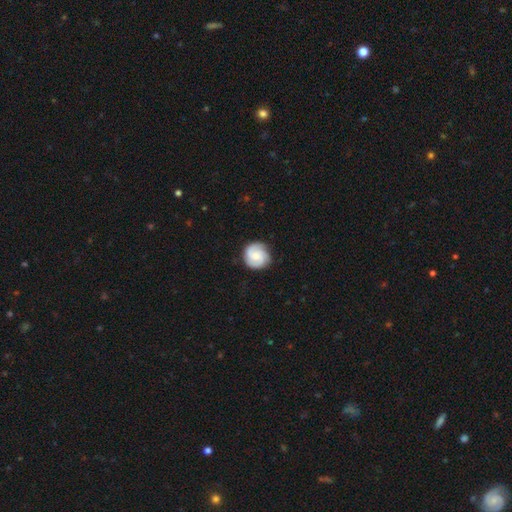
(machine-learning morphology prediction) Q: Smooth or featured?
A: featured or disk (66%); runner-up: smooth (27%)
Q: Edge-on disk?
A: no (98%); runner-up: yes (2%)
Q: Bar?
A: no (64%); runner-up: weak (31%)
Q: Spiral arms?
A: yes (96%); runner-up: no (4%)
Q: Spiral winding?
A: tight (56%); runner-up: medium (36%)
Q: Spiral arm count?
A: 3 (42%); runner-up: 2 (35%)
Q: Bulge size?
A: small (45%); runner-up: moderate (31%)
Q: Merging?
A: none (83%); runner-up: minor disturbance (13%)